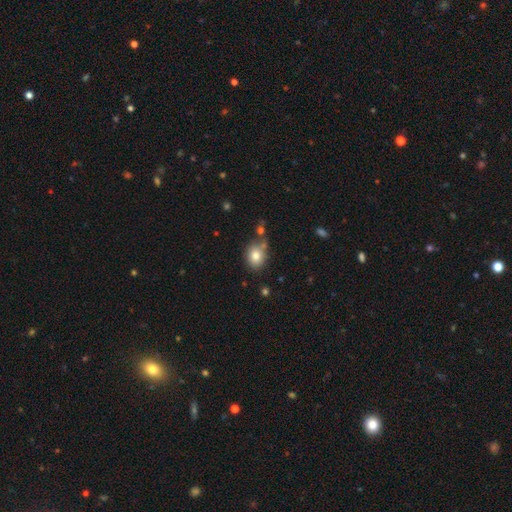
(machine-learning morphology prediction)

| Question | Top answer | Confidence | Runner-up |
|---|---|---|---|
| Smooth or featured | smooth | 79% | featured or disk (10%) |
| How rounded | round | 56% | in between (43%) |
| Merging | none | 68% | minor disturbance (15%) |